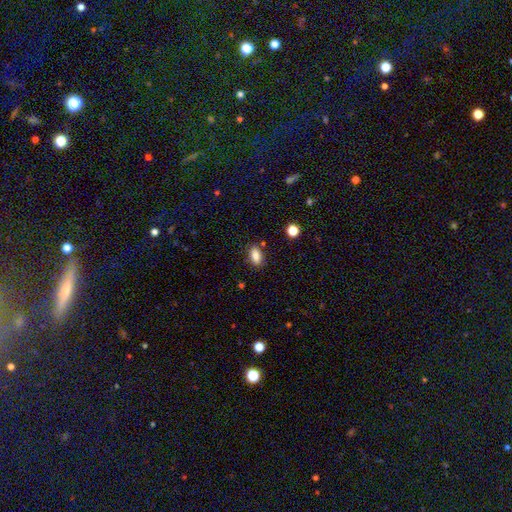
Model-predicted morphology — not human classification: Smooth or featured? Predicted: smooth (p=0.86). How rounded? Predicted: in between (p=0.88). Merging? Predicted: none (p=0.83).